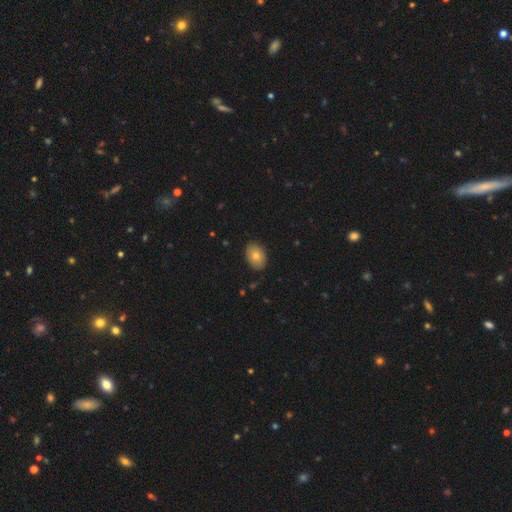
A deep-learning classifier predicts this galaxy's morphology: Overall: smooth (75%). How rounded: in between (82%). Merging: none (87%).